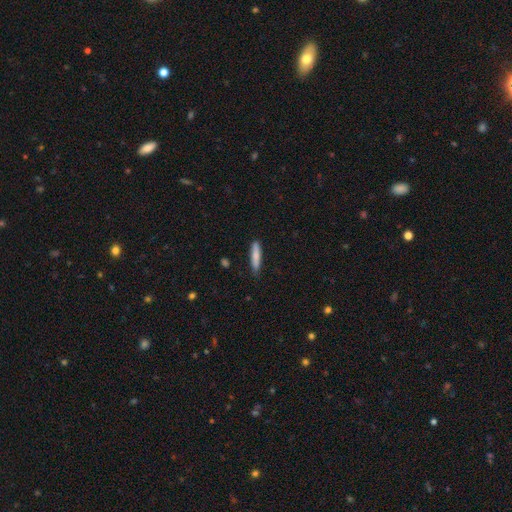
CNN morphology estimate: smooth_or_featured: smooth (p=0.80) [alt: featured or disk p=0.14]
how_rounded: cigar-shaped (p=0.87) [alt: in between p=0.11]
merging: none (p=0.83) [alt: minor disturbance p=0.14]